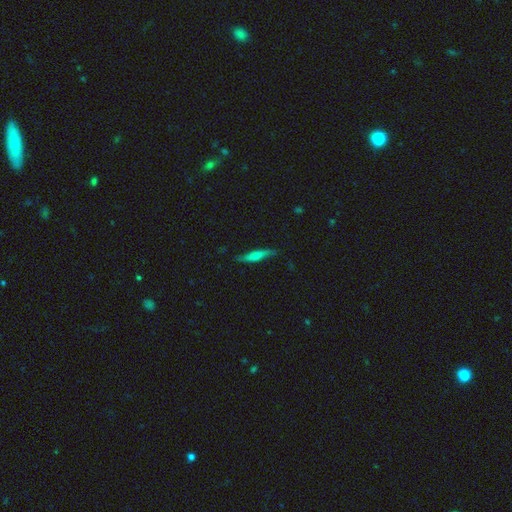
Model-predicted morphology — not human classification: smooth 49%, featured or disk 45%, star or artifact 6%. Down the decision tree: merging — none (73%).